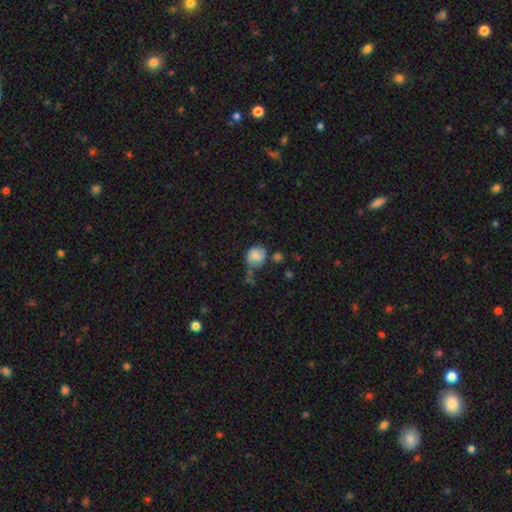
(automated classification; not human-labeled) Morphology: type=smooth (63%); roundness=round (63%); merging=none (37%).